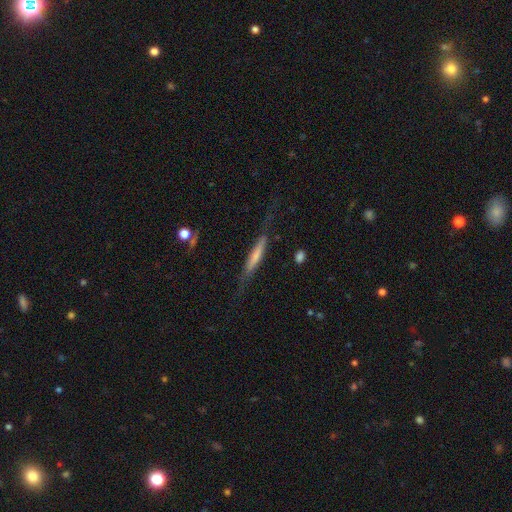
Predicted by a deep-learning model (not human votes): Smooth or featured: smooth — 47% (tied with featured or disk — 47%)
Merging: none — 67% (minor disturbance — 21%)